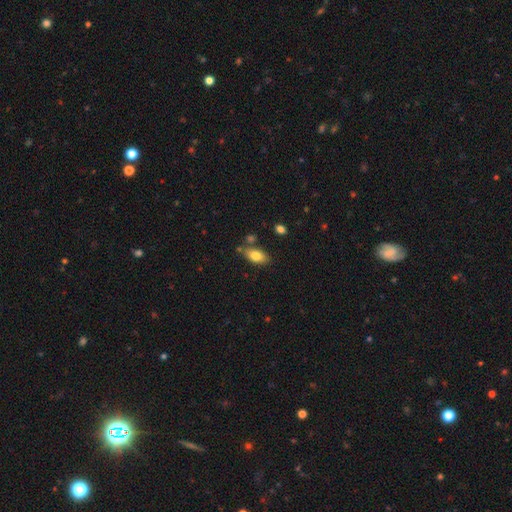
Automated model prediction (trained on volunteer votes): Smooth or featured: smooth — 81% (featured or disk — 12%)
How rounded: in between — 90% (cigar-shaped — 5%)
Merging: none — 73% (minor disturbance — 15%)